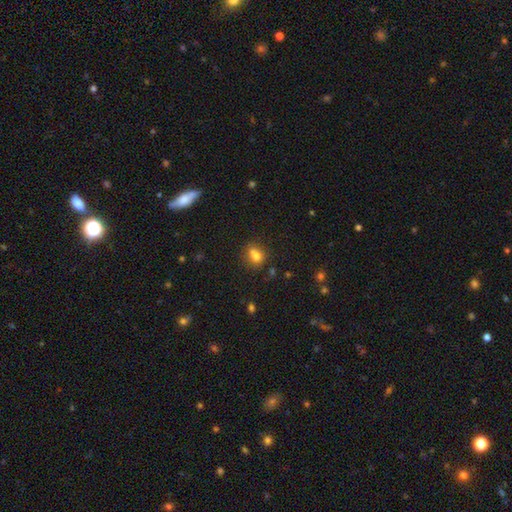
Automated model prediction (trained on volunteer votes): Smooth or featured? Predicted: smooth (p=0.72). How rounded? Predicted: round (p=0.55). Merging? Predicted: none (p=0.42).